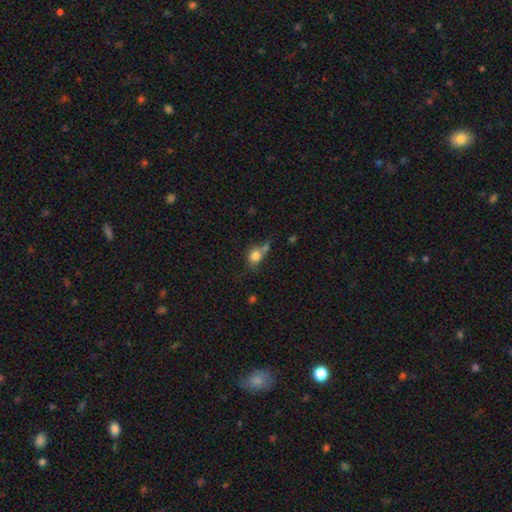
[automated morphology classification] Smooth or featured?
  - smooth: 78% *
  - featured or disk: 11%
  - star or artifact: 11%
How rounded?
  - round: 70% *
  - in between: 28%
  - cigar-shaped: 2%
Merging?
  - none: 39% *
  - merger: 29%
  - minor disturbance: 20%
  - major disturbance: 12%